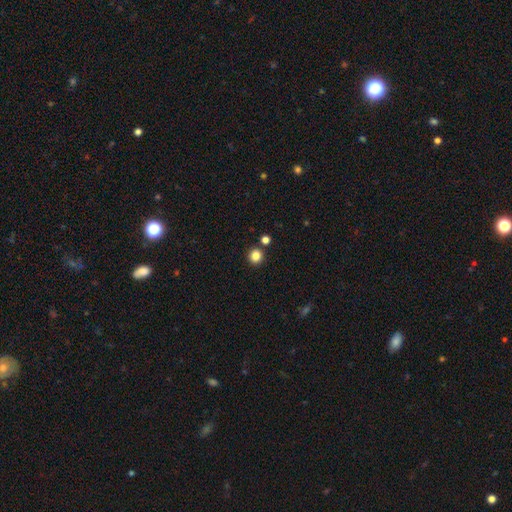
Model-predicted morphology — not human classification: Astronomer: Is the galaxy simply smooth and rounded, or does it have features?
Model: smooth — 84%.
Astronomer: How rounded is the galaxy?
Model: round — 91%.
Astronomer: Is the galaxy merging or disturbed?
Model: none — 86%.